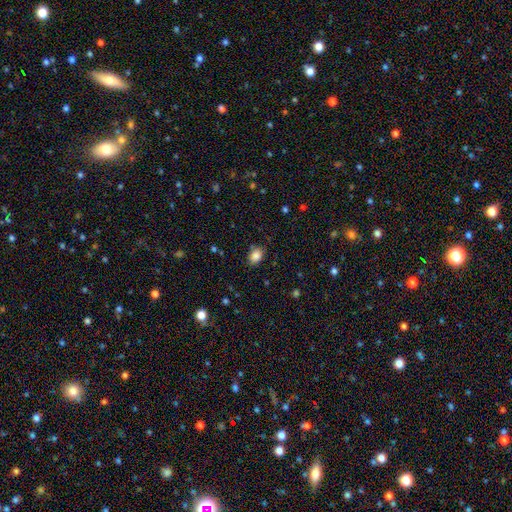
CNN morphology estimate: smooth 85%, star or artifact 10%, featured or disk 5%. Down the decision tree: how rounded — in between (70%); merging — none (82%).